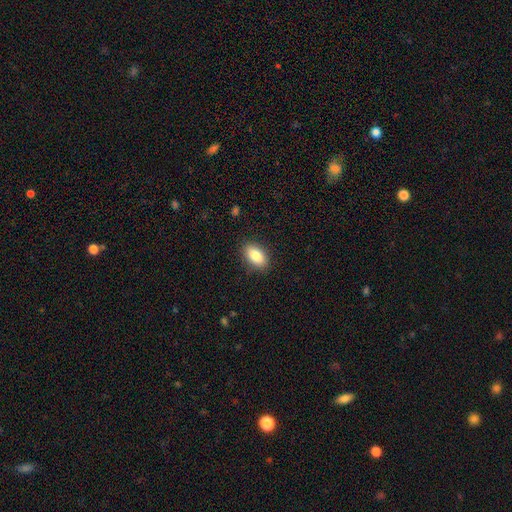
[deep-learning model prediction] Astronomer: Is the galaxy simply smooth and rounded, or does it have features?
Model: smooth — 85%.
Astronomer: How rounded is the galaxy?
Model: in between — 91%.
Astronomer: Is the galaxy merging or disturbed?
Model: none — 88%.